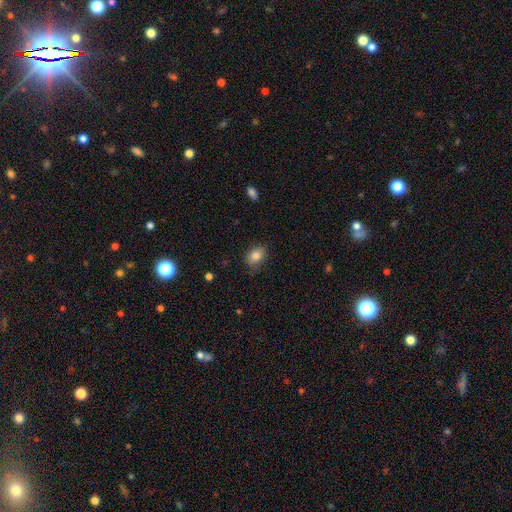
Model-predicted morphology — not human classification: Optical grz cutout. It shows a smooth galaxy with no disk features (83%) that is in between round and cigar-shaped (78%). Merging: none (77%).